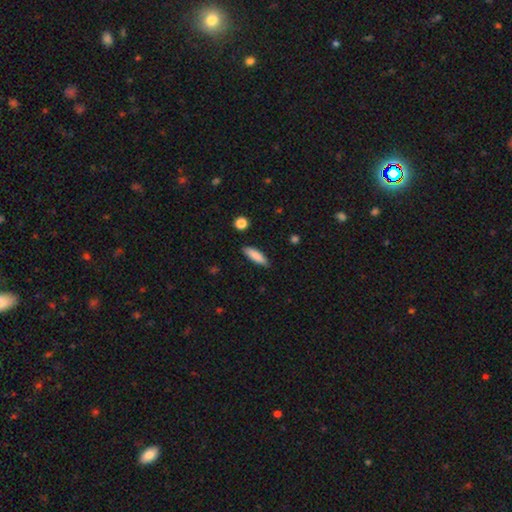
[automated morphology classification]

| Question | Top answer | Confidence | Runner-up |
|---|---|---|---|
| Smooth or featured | smooth | 85% | featured or disk (9%) |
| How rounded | cigar-shaped | 58% | in between (41%) |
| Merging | none | 86% | minor disturbance (11%) |